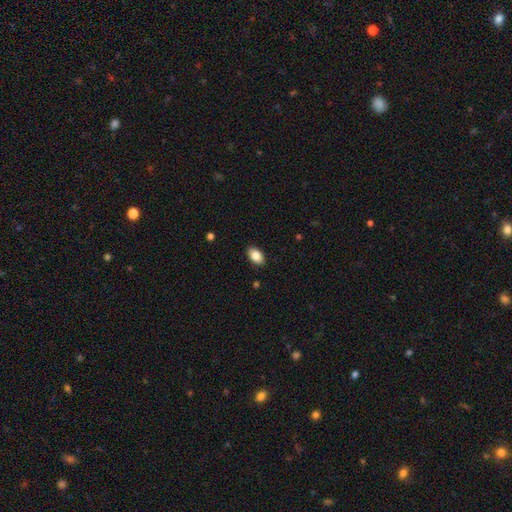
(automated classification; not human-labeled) Smooth or featured: smooth — 85% (featured or disk — 7%)
How rounded: in between — 92% (round — 7%)
Merging: none — 89% (minor disturbance — 8%)